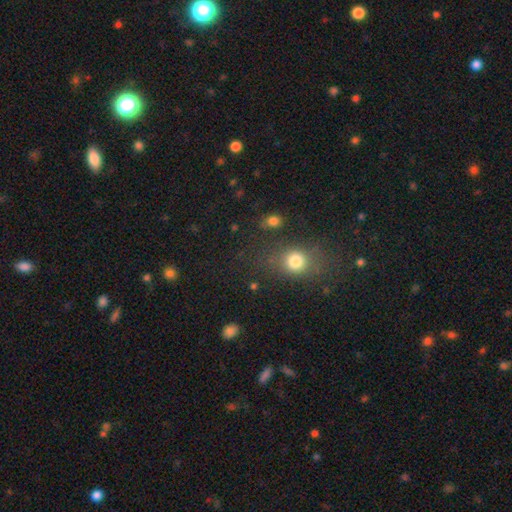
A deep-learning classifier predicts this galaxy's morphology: smooth-or-featured: smooth: 60% | star or artifact: 32% | featured or disk: 9%
  how-rounded: round: 56% | in between: 41% | cigar-shaped: 3%
  merging: none: 81% | minor disturbance: 11% | major disturbance: 4% | merger: 4%